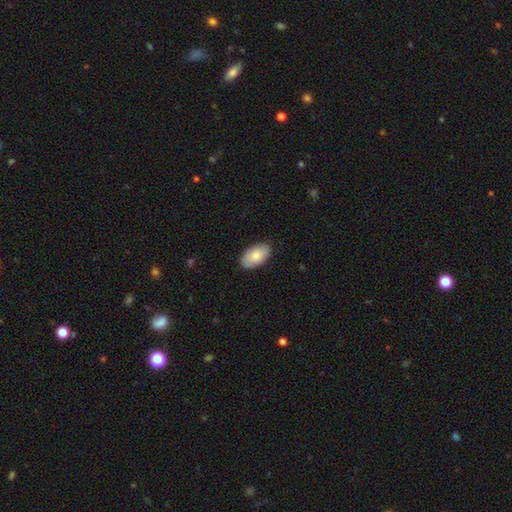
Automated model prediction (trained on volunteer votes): smooth-or-featured: smooth: 81% | featured or disk: 13% | star or artifact: 6%
  how-rounded: in between: 95% | round: 4% | cigar-shaped: 1%
  merging: none: 87% | minor disturbance: 11% | major disturbance: 2% | merger: 1%